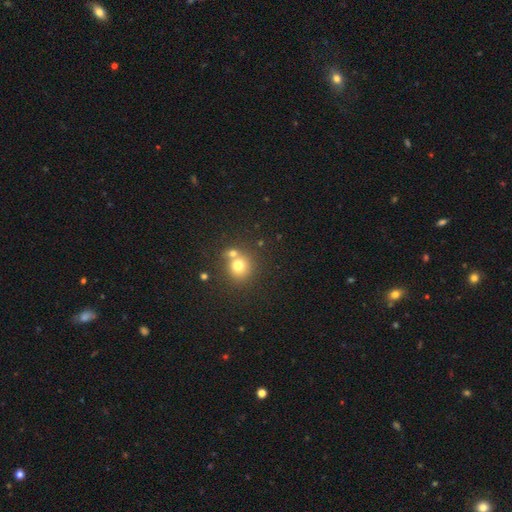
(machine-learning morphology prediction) A smooth galaxy with no disk features (57%) that is round (89%). Merging: none (76%).